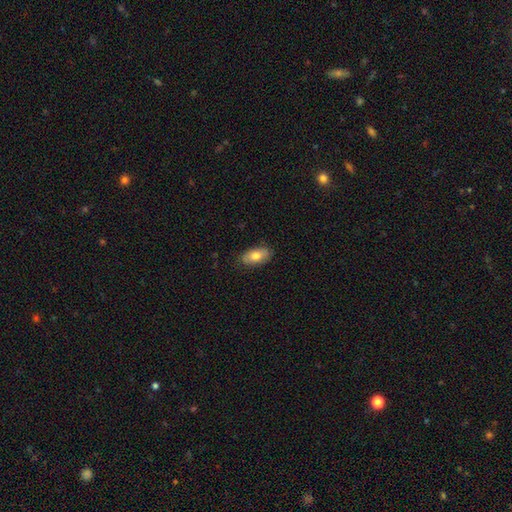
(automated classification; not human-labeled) Smooth or featured? Predicted: smooth (p=0.78). How rounded? Predicted: in between (p=0.92). Merging? Predicted: none (p=0.83).